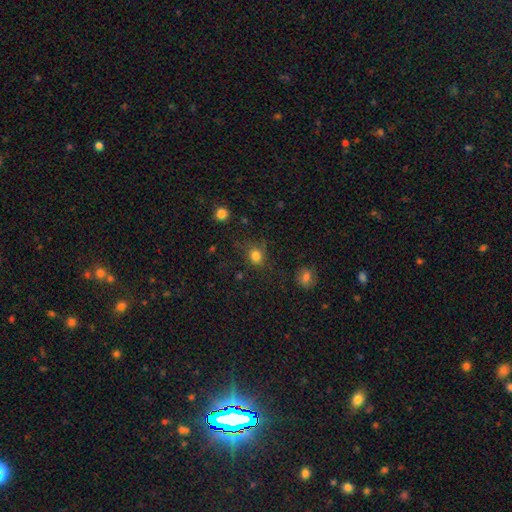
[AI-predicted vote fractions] Overall: smooth (80%). How rounded: round (73%). Merging: none (70%).